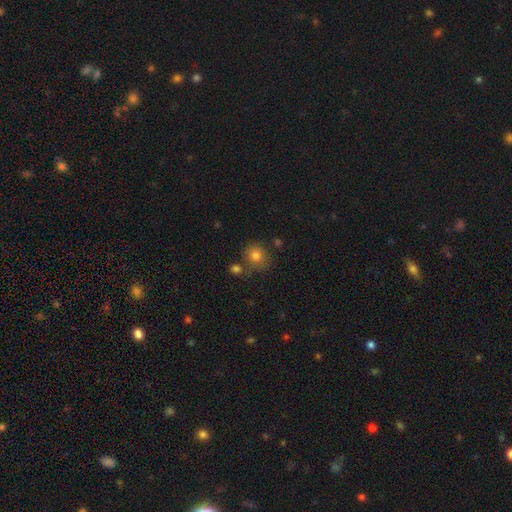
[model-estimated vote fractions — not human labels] A smooth galaxy with no disk features (80%) that is round (83%).

Vote fractions:
- Smooth or featured? smooth: 80% / star or artifact: 12% / featured or disk: 8%
- How rounded? round: 83% / in between: 17% / cigar-shaped: 1%
- Merging? none: 68% / minor disturbance: 14% / merger: 13% / major disturbance: 5%